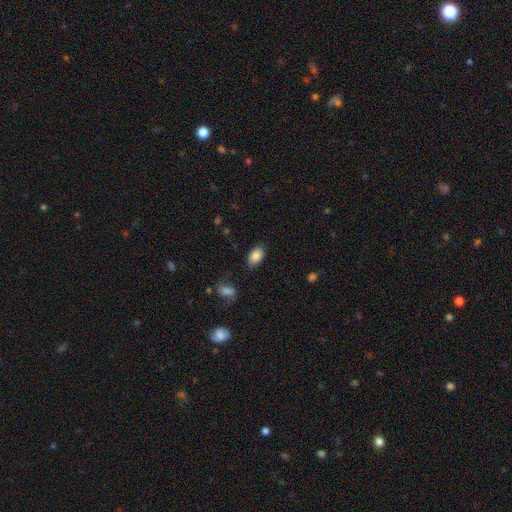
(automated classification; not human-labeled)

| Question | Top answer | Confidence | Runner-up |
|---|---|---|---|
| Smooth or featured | smooth | 85% | star or artifact (8%) |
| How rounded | in between | 91% | round (8%) |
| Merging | none | 83% | minor disturbance (12%) |